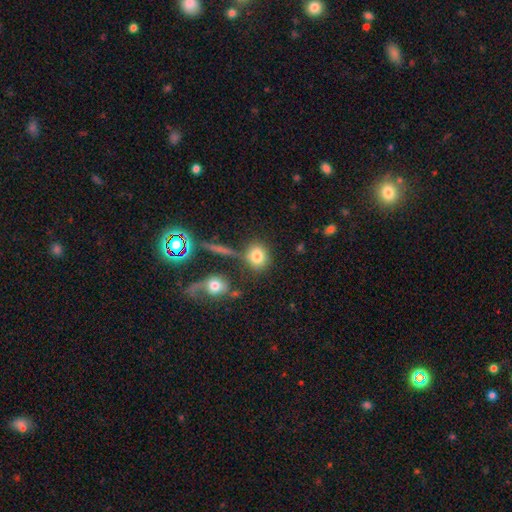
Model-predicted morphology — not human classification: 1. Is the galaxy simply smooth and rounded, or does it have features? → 77% smooth, 13% star or artifact, 10% featured or disk.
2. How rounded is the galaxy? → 80% round, 18% in between, 2% cigar-shaped.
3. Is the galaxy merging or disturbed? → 70% none, 14% merger, 11% minor disturbance, 5% major disturbance.